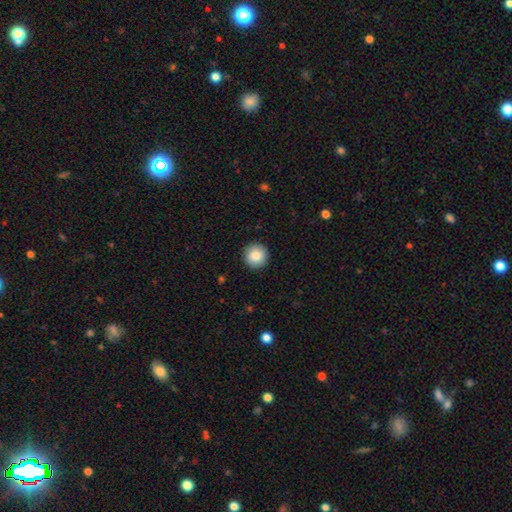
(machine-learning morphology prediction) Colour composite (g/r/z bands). It shows a smooth galaxy with no disk features (86%) that is round (96%). Merging: none (93%).